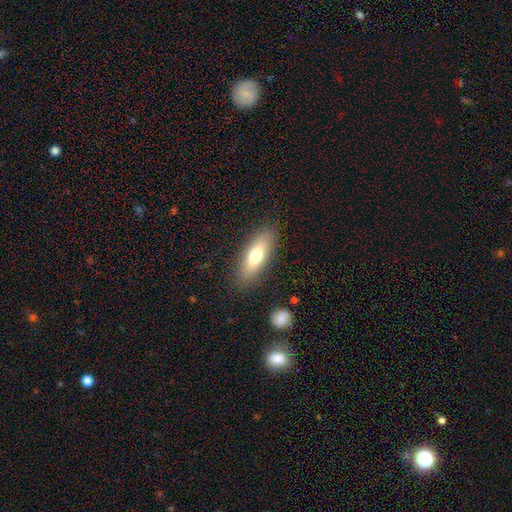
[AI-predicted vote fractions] Smooth or featured? smooth (69%)
How rounded? in between (56%)
Merging? none (86%)